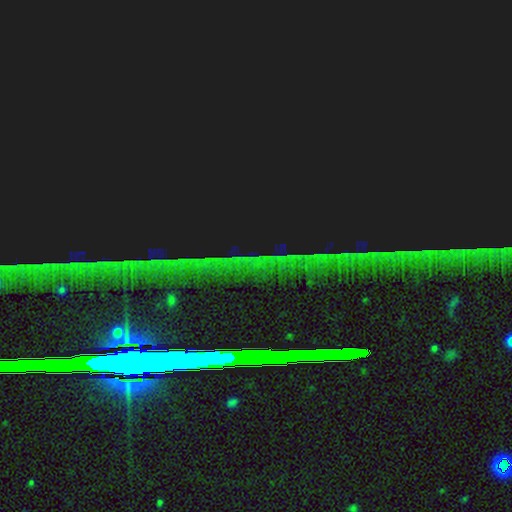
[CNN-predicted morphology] Smooth or featured? star or artifact (87%)